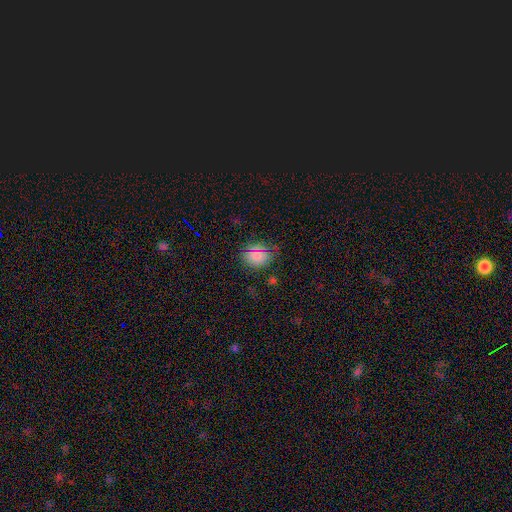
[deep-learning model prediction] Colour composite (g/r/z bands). It shows a smooth galaxy with no disk features (75%) that is round (51%). Merging: none (80%).